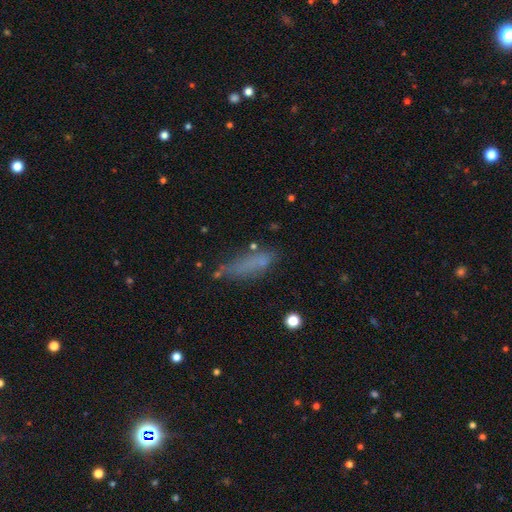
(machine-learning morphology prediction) Overall: smooth (65%). How rounded: cigar-shaped (50%; in between 47%). Merging: none (55%; minor disturbance 25%).